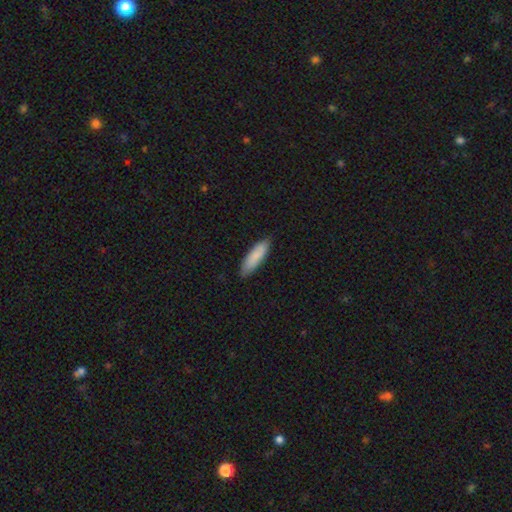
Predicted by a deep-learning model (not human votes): Smooth or featured? smooth (87%)
How rounded? cigar-shaped (58%)
Merging? none (84%)